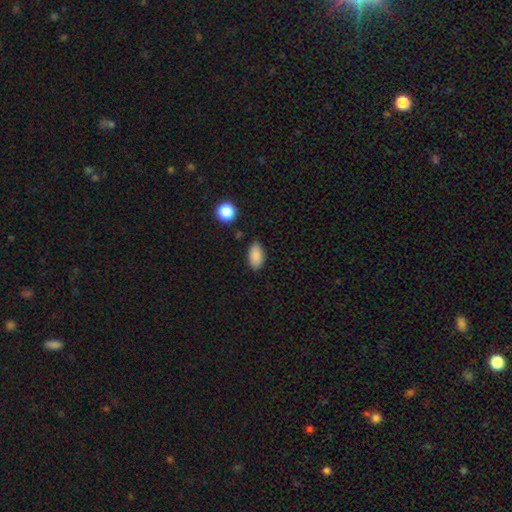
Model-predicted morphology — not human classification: Smooth or featured? smooth (88%)
How rounded? in between (92%)
Merging? none (82%)